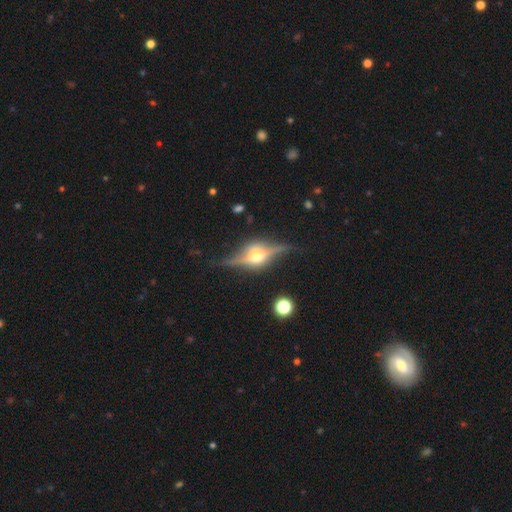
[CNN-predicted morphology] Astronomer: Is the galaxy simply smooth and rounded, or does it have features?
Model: featured or disk — 85%.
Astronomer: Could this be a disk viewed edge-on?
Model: yes — 95%.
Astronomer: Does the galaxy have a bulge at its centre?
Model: rounded — 92%.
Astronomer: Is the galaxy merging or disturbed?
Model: none — 83%.